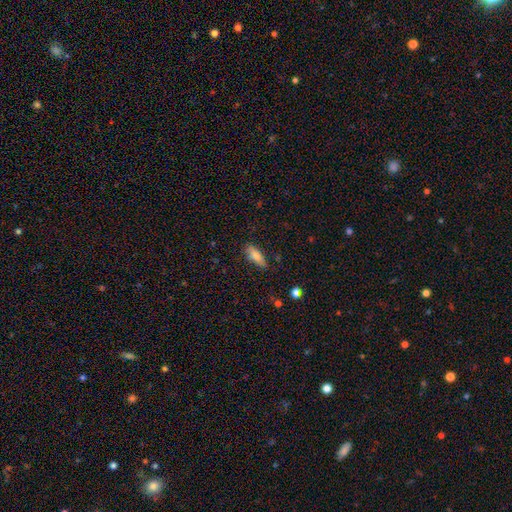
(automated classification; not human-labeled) Overall: smooth (80%). How rounded: in between (68%; cigar-shaped 29%). Merging: none (74%).